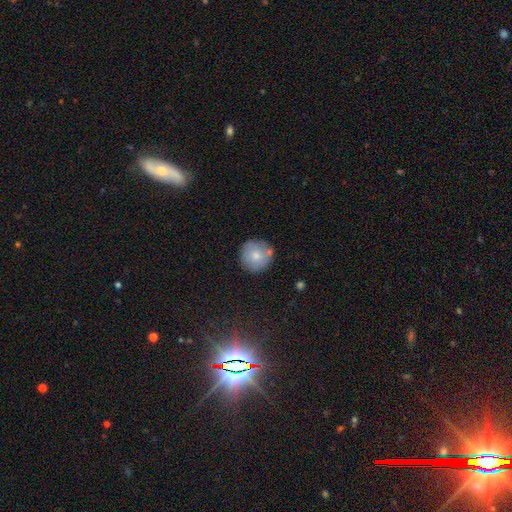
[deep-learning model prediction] This appears to be a smooth galaxy with no disk features (75%) that is round (95%). Merging: none (77%).